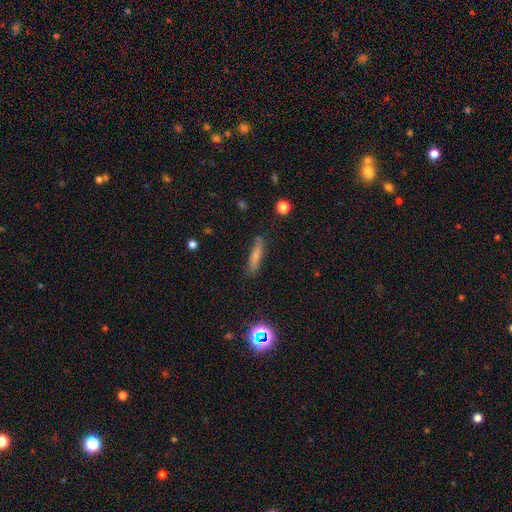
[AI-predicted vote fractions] Smooth or featured?
  - smooth: 75% *
  - featured or disk: 16%
  - star or artifact: 9%
How rounded?
  - cigar-shaped: 85% *
  - in between: 13%
  - round: 2%
Merging?
  - none: 83% *
  - minor disturbance: 12%
  - major disturbance: 3%
  - merger: 2%